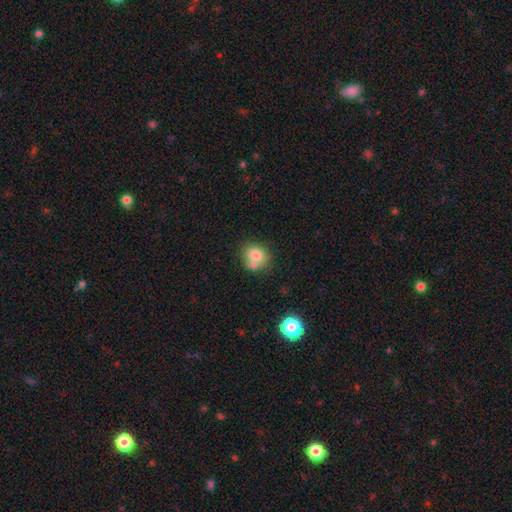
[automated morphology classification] Smooth or featured?
  - smooth: 77% *
  - featured or disk: 14%
  - star or artifact: 10%
How rounded?
  - round: 60% *
  - in between: 39%
  - cigar-shaped: 1%
Merging?
  - none: 46% *
  - merger: 35%
  - minor disturbance: 14%
  - major disturbance: 5%